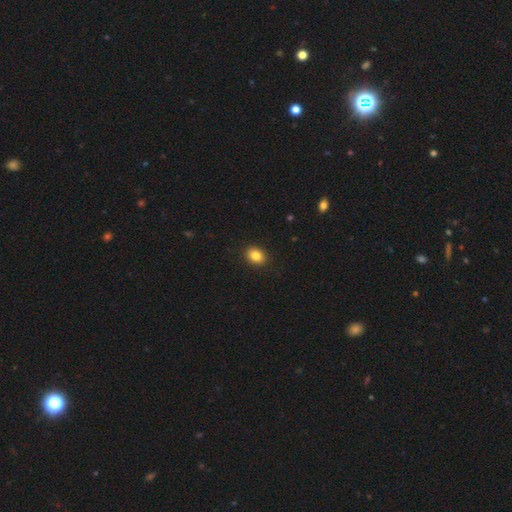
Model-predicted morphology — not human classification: Overall: smooth (84%). How rounded: in between (65%; round 34%). Merging: none (90%).